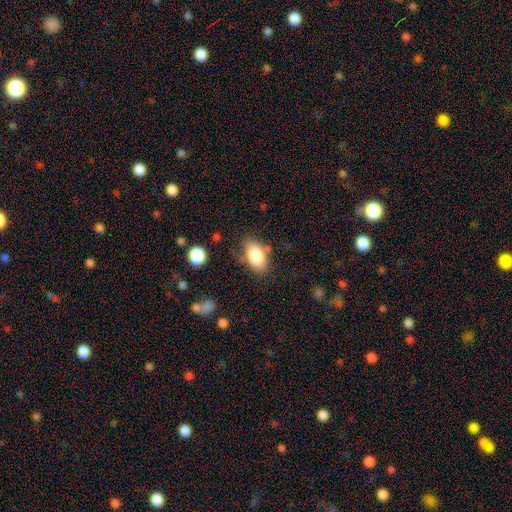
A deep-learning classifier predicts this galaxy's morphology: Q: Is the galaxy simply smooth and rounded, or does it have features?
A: smooth — 83%.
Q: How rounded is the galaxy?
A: in between — 91%.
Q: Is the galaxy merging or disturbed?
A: none — 74%.